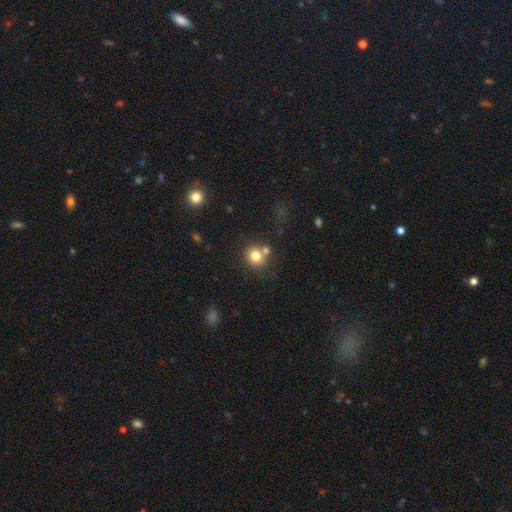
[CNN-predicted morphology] Smooth or featured?
  - smooth: 78% *
  - star or artifact: 11%
  - featured or disk: 10%
How rounded?
  - round: 86% *
  - in between: 13%
  - cigar-shaped: 1%
Merging?
  - none: 63% *
  - merger: 23%
  - minor disturbance: 10%
  - major disturbance: 4%